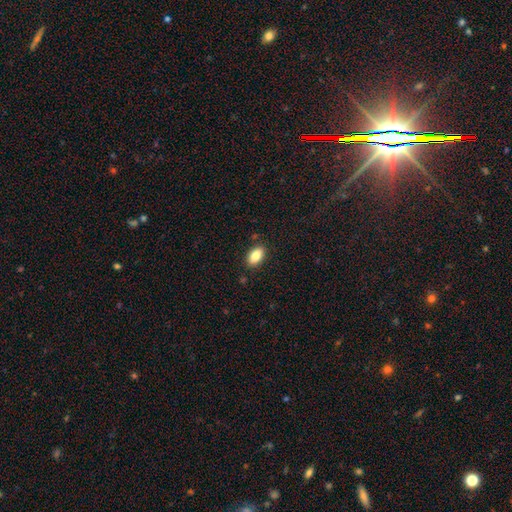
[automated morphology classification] Smooth or featured? smooth (85%)
How rounded? in between (92%)
Merging? none (87%)